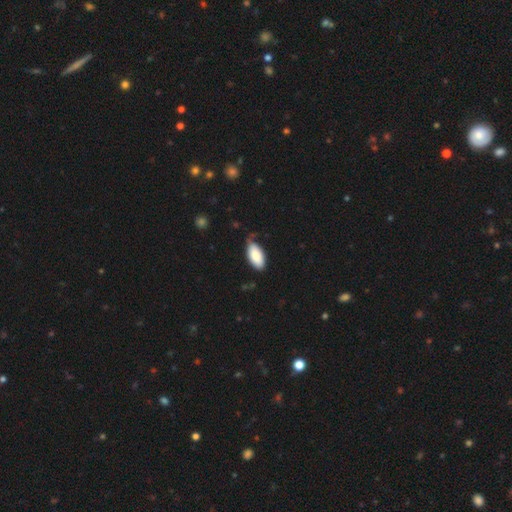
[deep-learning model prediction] smooth 87%, featured or disk 7%, star or artifact 6%. Down the decision tree: how rounded — in between (93%); merging — none (69%).